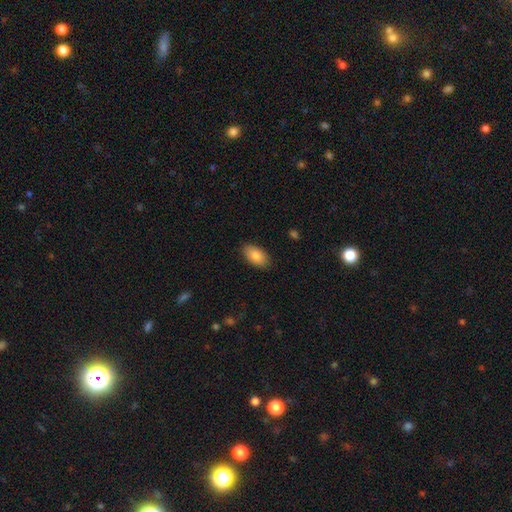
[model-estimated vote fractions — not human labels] Morphology: type=smooth (87%); roundness=in between (94%); merging=none (88%).